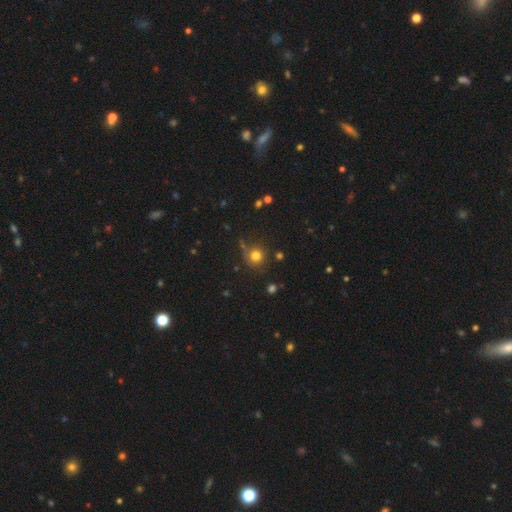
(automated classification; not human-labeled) smooth_or_featured: smooth (p=0.78) [alt: star or artifact p=0.14]
how_rounded: round (p=0.90) [alt: in between p=0.09]
merging: none (p=0.69) [alt: minor disturbance p=0.17]